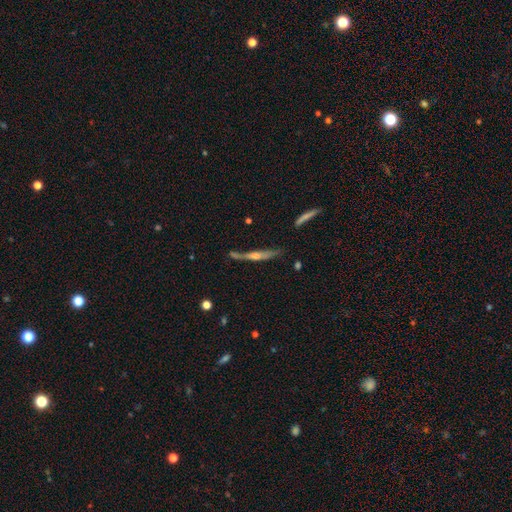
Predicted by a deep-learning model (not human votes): Smooth or featured? Predicted: featured or disk (p=0.73). Edge-on disk? Predicted: yes (p=0.94). Edge-on bulge? Predicted: rounded (p=0.81). Merging? Predicted: none (p=0.67).